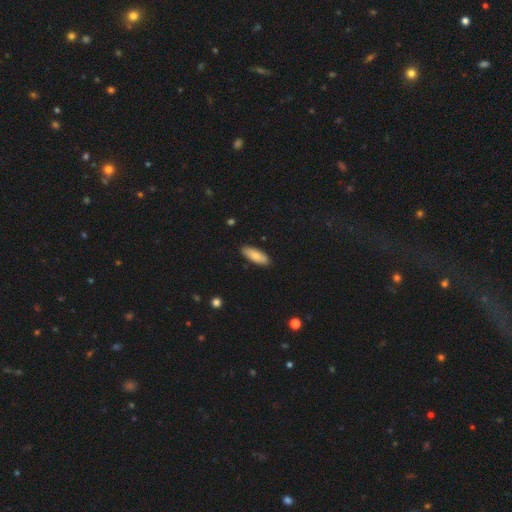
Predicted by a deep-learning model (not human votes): A smooth galaxy with no disk features (82%) that is in between round and cigar-shaped (74%).

Vote fractions:
- Smooth or featured? smooth: 82% / featured or disk: 12% / star or artifact: 6%
- How rounded? in between: 74% / cigar-shaped: 25% / round: 2%
- Merging? none: 89% / minor disturbance: 9% / major disturbance: 2% / merger: 1%